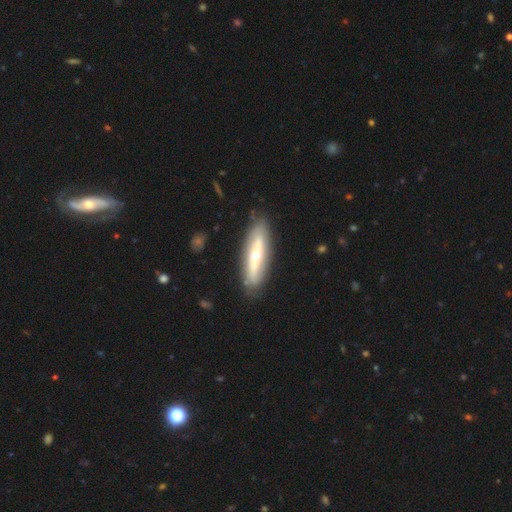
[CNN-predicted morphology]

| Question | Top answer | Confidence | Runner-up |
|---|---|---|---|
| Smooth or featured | featured or disk | 65% | smooth (30%) |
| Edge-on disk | no | 51% | yes (49%) |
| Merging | none | 84% | minor disturbance (11%) |